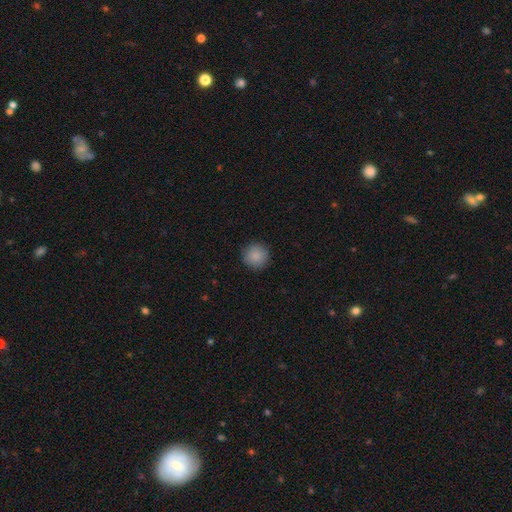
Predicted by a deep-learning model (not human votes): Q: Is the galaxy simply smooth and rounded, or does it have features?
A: smooth — 88%.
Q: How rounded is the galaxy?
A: round — 95%.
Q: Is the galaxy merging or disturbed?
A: none — 91%.